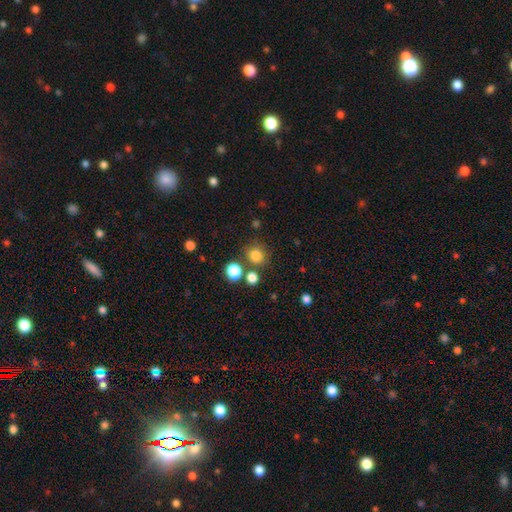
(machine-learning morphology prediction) Q: Smooth or featured?
A: smooth (80%); runner-up: star or artifact (15%)
Q: How rounded?
A: round (89%); runner-up: in between (10%)
Q: Merging?
A: none (76%); runner-up: merger (11%)